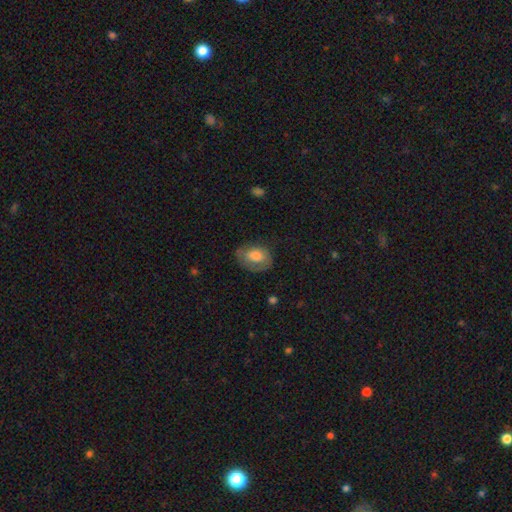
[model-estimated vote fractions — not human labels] This appears to be a smooth galaxy with no disk features (68%) that is in between round and cigar-shaped (74%). Merging: none (60%).